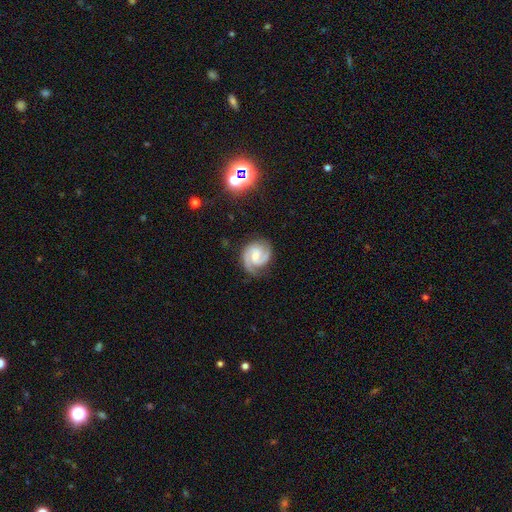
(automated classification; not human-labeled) The model was most divided on "spiral winding": tight: 47%, medium: 45%, loose: 9%. Remaining: edge-on disk — no (98%); spiral arms — yes (98%); smooth or featured — featured or disk (87%); spiral arm count — 2 (84%); merging — none (76%); bulge size — small (49%); bar — weak (46%).